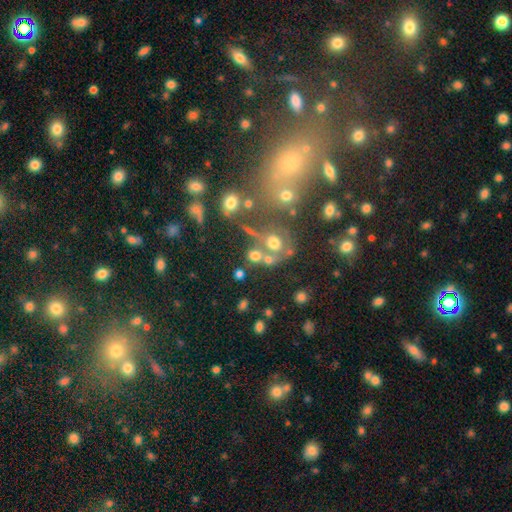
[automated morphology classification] A smooth galaxy with no disk features (59%) that is round (76%). Merging: none (44%).